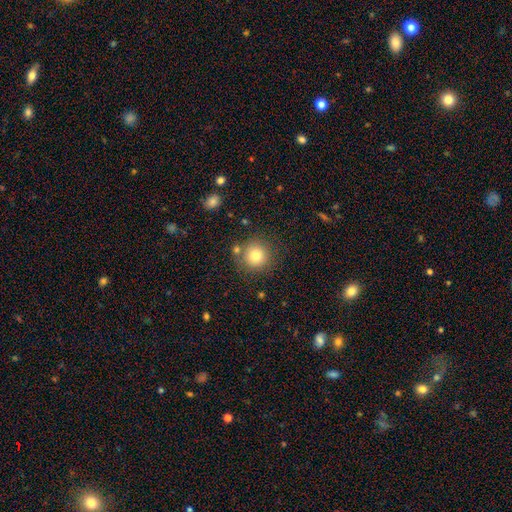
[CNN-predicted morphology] A smooth galaxy with no disk features (79%) that is round (93%). Merging: none (80%).